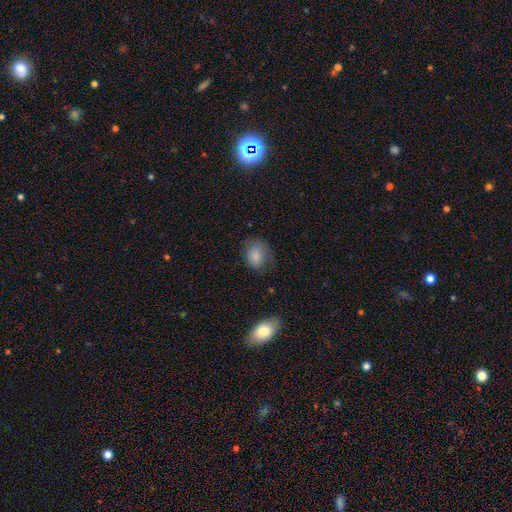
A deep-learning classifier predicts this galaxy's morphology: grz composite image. It shows a smooth galaxy with no disk features (82%) that is in between round and cigar-shaped (52%). Merging: none (60%).